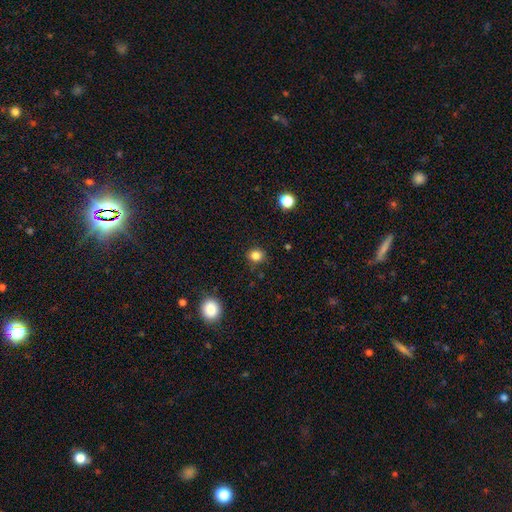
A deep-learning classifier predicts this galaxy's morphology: Q: Smooth or featured?
A: smooth (83%); runner-up: star or artifact (13%)
Q: How rounded?
A: round (81%); runner-up: in between (18%)
Q: Merging?
A: none (87%); runner-up: minor disturbance (9%)